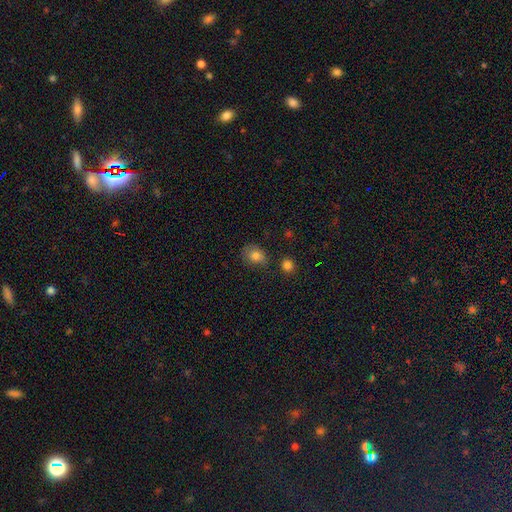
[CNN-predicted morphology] Smooth or featured: smooth — 82% (star or artifact — 10%)
How rounded: in between — 60% (round — 39%)
Merging: none — 60% (minor disturbance — 26%)